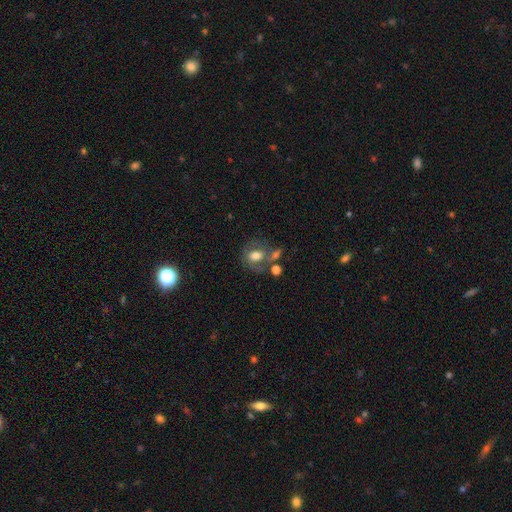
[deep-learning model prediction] Smooth or featured: smooth — 49% (featured or disk — 42%)
Merging: none — 42% (merger — 24%)